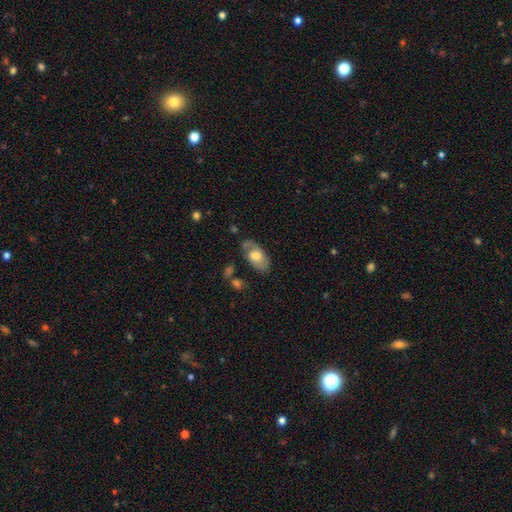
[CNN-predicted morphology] The model was most divided on "smooth or featured": smooth: 56%, featured or disk: 38%, star or artifact: 6%. More confident: how rounded — in between (93%); merging — none (62%).